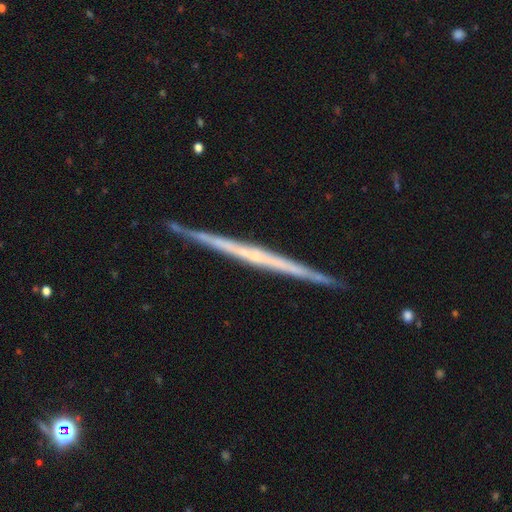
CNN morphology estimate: This appears to be a featured or disk galaxy (77%) viewed edge-on (98%) with no central bulge (75%). Merging: none (90%).